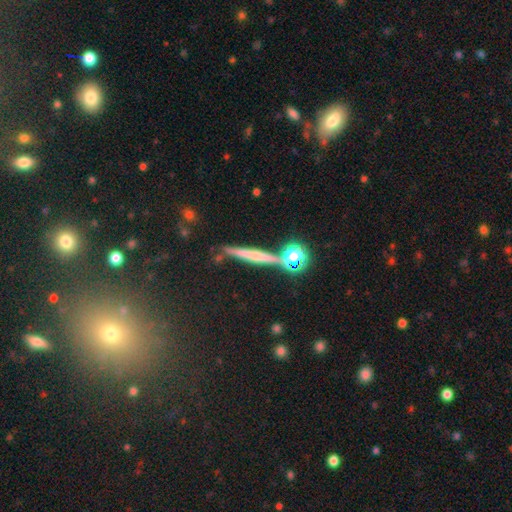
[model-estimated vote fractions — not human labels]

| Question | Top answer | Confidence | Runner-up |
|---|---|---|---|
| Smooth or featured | featured or disk | 41% | smooth (39%) |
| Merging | none | 81% | minor disturbance (10%) |